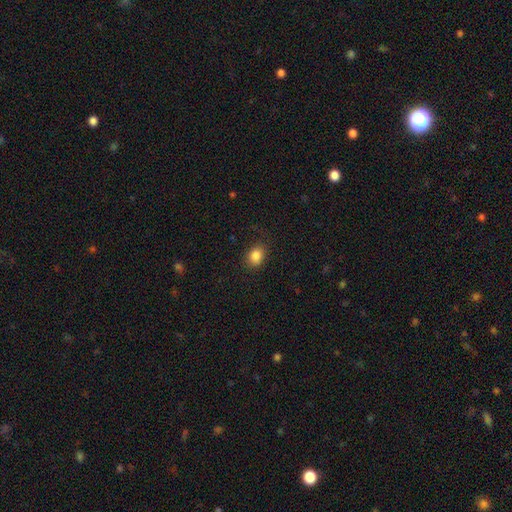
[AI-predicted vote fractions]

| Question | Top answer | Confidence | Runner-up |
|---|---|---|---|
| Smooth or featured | smooth | 85% | star or artifact (10%) |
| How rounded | in between | 58% | round (41%) |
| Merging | none | 80% | minor disturbance (14%) |